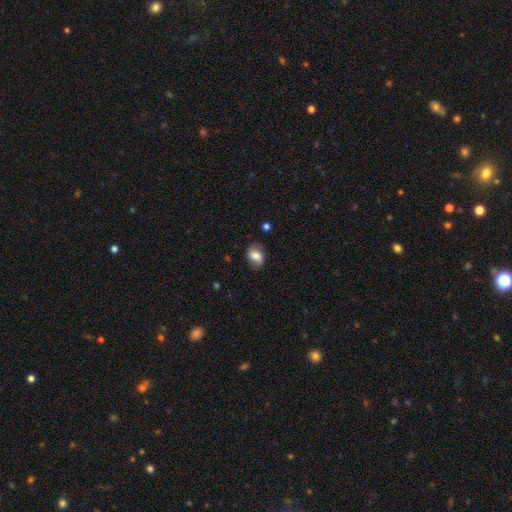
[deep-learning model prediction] smooth 74%, featured or disk 18%, star or artifact 8%. Down the decision tree: how rounded — in between (73%); merging — none (76%).